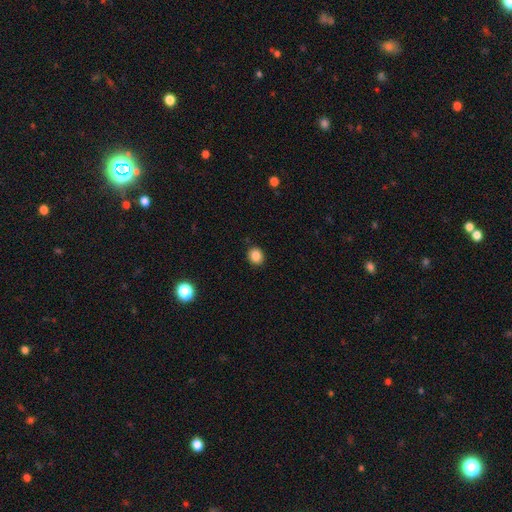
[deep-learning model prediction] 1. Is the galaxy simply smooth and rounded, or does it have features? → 86% smooth, 10% star or artifact, 4% featured or disk.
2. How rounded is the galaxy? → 69% round, 30% in between, 1% cigar-shaped.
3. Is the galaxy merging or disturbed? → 90% none, 7% minor disturbance, 2% major disturbance, 1% merger.